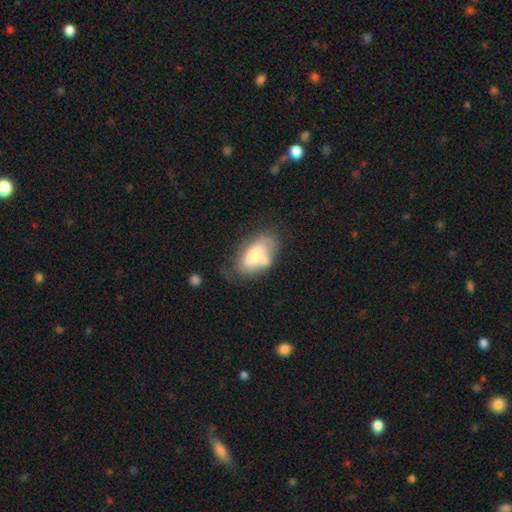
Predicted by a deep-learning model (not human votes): Smooth or featured?
  - smooth: 63% *
  - featured or disk: 30%
  - star or artifact: 7%
How rounded?
  - in between: 92% *
  - round: 6%
  - cigar-shaped: 2%
Merging?
  - none: 41% *
  - minor disturbance: 27%
  - merger: 18%
  - major disturbance: 14%